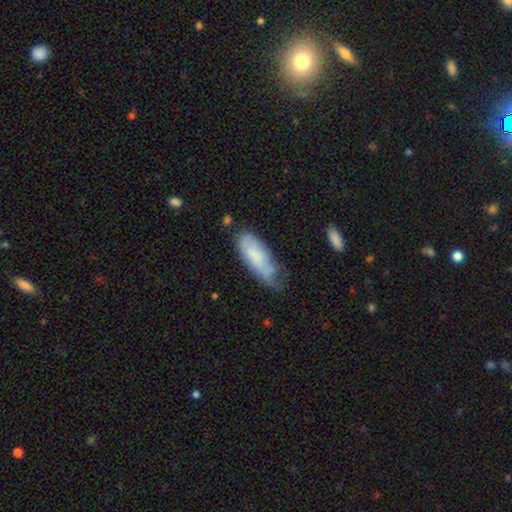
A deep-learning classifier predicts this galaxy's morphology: A smooth galaxy with no disk features (68%) that is in between round and cigar-shaped (73%).

Vote fractions:
- Smooth or featured? smooth: 68% / featured or disk: 25% / star or artifact: 7%
- How rounded? in between: 73% / cigar-shaped: 25% / round: 2%
- Merging? minor disturbance: 41% / none: 37% / major disturbance: 18% / merger: 4%